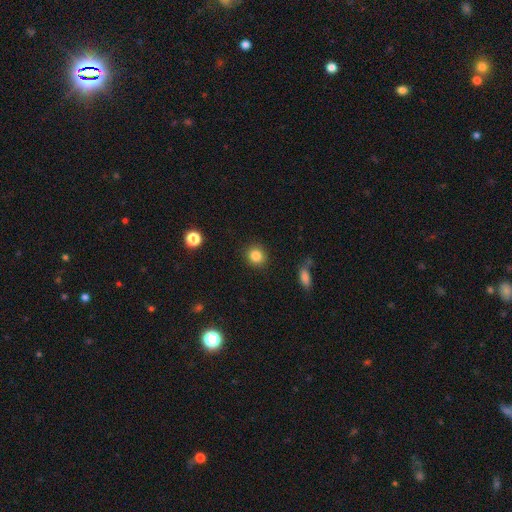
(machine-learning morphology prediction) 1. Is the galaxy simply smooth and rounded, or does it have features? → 85% smooth, 10% star or artifact, 5% featured or disk.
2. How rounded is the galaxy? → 85% round, 14% in between, 1% cigar-shaped.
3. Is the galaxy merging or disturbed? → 89% none, 7% minor disturbance, 2% major disturbance, 2% merger.